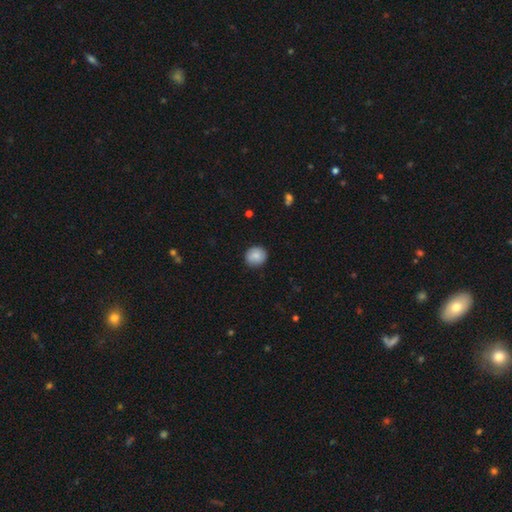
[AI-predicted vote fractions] A smooth galaxy with no disk features (83%) that is round (85%).

Vote fractions:
- Smooth or featured? smooth: 83% / featured or disk: 9% / star or artifact: 8%
- How rounded? round: 85% / in between: 14% / cigar-shaped: 1%
- Merging? none: 87% / minor disturbance: 10% / major disturbance: 2% / merger: 1%